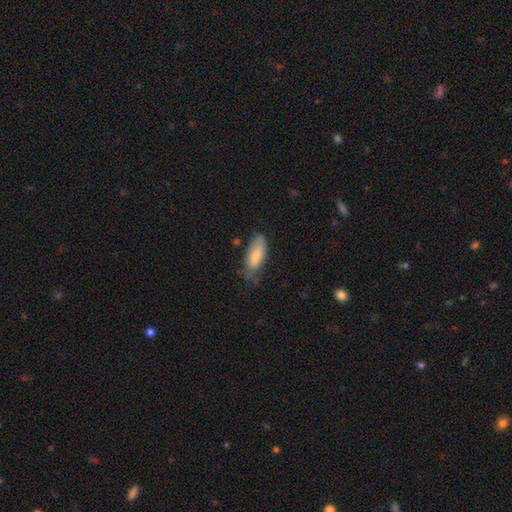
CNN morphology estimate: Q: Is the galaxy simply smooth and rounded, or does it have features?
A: smooth — 76%.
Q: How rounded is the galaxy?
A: in between — 75%.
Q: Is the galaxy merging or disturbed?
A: none — 50%.